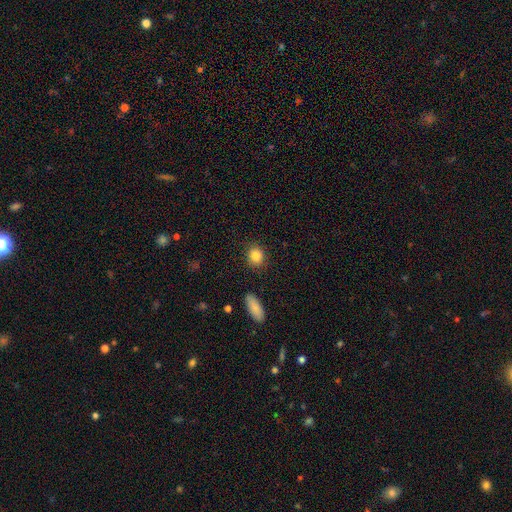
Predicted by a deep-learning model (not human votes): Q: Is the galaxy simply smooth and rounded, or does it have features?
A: smooth — 87%.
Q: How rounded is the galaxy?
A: round — 66%.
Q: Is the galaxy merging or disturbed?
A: none — 87%.